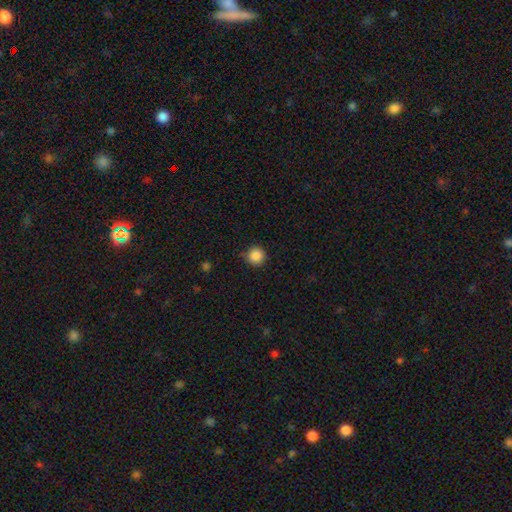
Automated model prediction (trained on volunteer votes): Smooth or featured?
  - smooth: 87% *
  - star or artifact: 10%
  - featured or disk: 3%
How rounded?
  - round: 95% *
  - in between: 4%
  - cigar-shaped: 1%
Merging?
  - none: 83% *
  - minor disturbance: 13%
  - major disturbance: 3%
  - merger: 1%